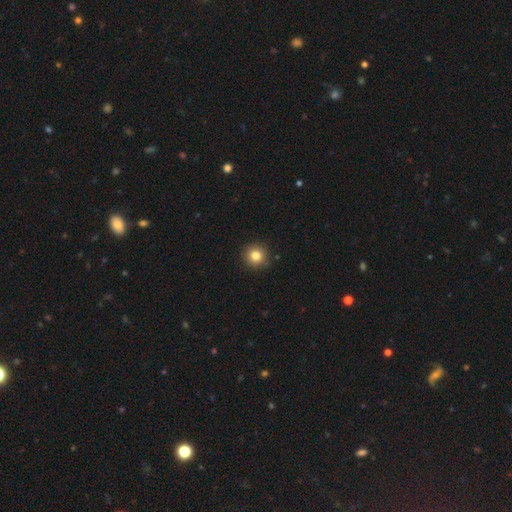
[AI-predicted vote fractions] The model was most divided on "smooth or featured": smooth: 82%, star or artifact: 11%, featured or disk: 7%. More confident: how rounded — round (94%); merging — none (91%).